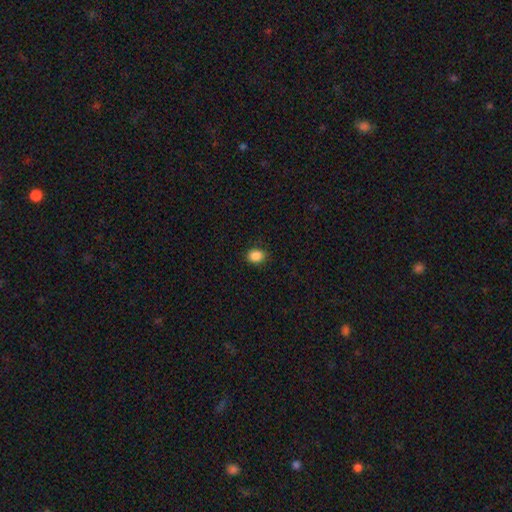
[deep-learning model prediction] This appears to be a smooth galaxy with no disk features (87%) that is in between round and cigar-shaped (55%). Merging: none (87%).